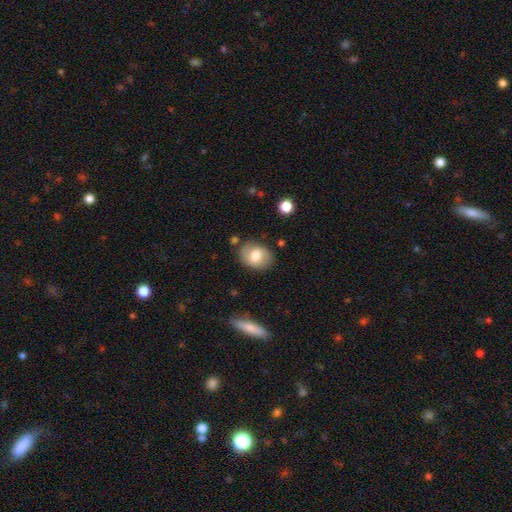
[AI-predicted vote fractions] smooth-or-featured: smooth: 72% | featured or disk: 20% | star or artifact: 8%
  how-rounded: in between: 59% | round: 40% | cigar-shaped: 1%
  merging: none: 79% | minor disturbance: 14% | major disturbance: 4% | merger: 3%